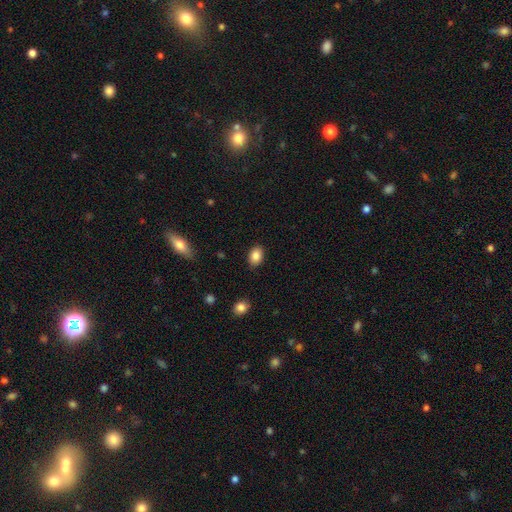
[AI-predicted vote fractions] smooth 87%, star or artifact 8%, featured or disk 5%. Down the decision tree: how rounded — in between (80%); merging — none (88%).